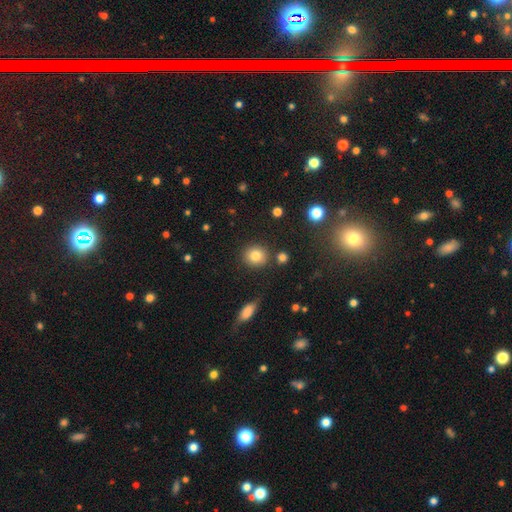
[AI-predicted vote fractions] This is clearly a smooth galaxy (82%). How rounded: clearly round (82%). Merging: clearly none (84%).